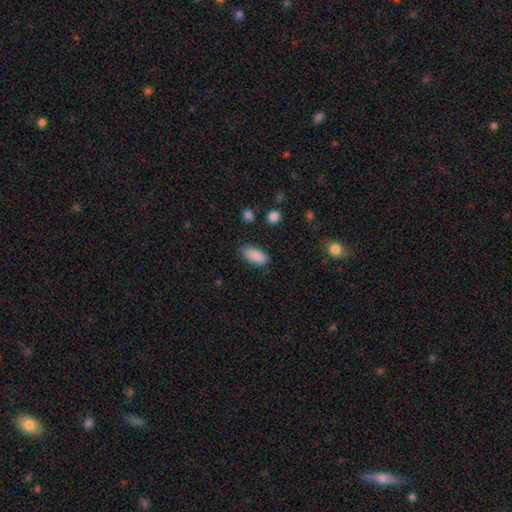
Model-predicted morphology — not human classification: Overall: smooth (89%). How rounded: in between (88%). Merging: none (81%).